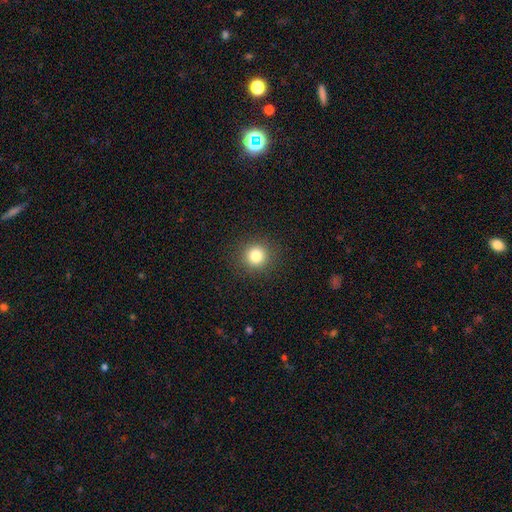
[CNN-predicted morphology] type=smooth (82%); roundness=round (94%); merging=none (91%).